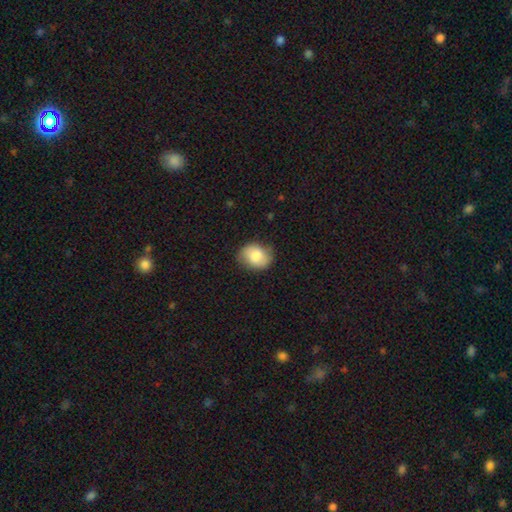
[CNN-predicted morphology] Overall: smooth (79%). How rounded: in between (54%; round 45%). Merging: none (79%).